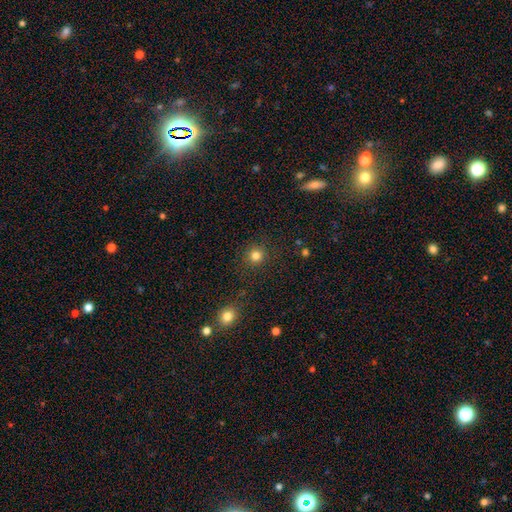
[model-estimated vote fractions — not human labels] Smooth or featured? smooth (82%)
How rounded? round (93%)
Merging? none (89%)